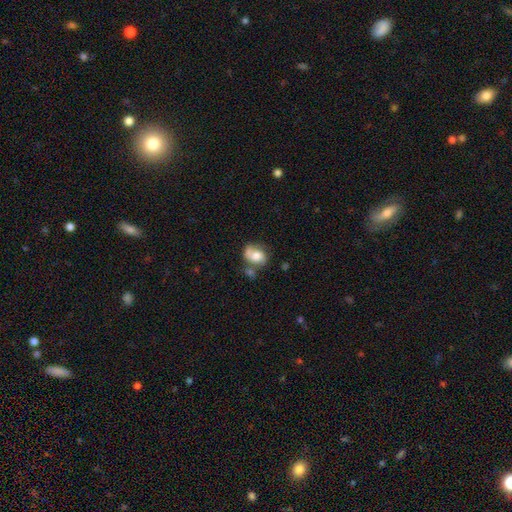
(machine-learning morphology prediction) This appears to be a smooth galaxy with no disk features (47%). Merging: none (41%).